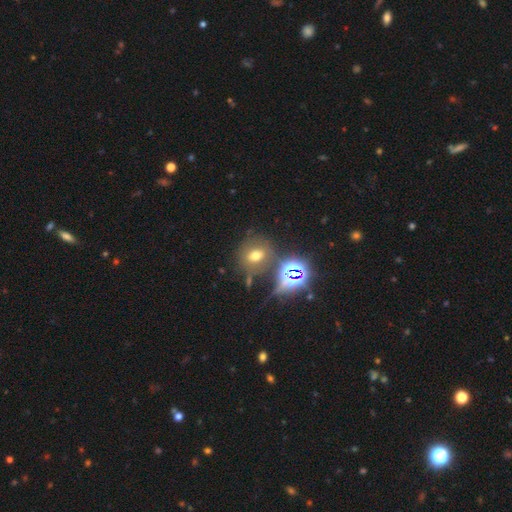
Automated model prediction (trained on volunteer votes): A smooth galaxy with no disk features (52%) that is round (61%).

Vote fractions:
- Smooth or featured? smooth: 52% / star or artifact: 31% / featured or disk: 17%
- How rounded? round: 61% / in between: 38% / cigar-shaped: 2%
- Merging? none: 68% / minor disturbance: 14% / merger: 10% / major disturbance: 8%